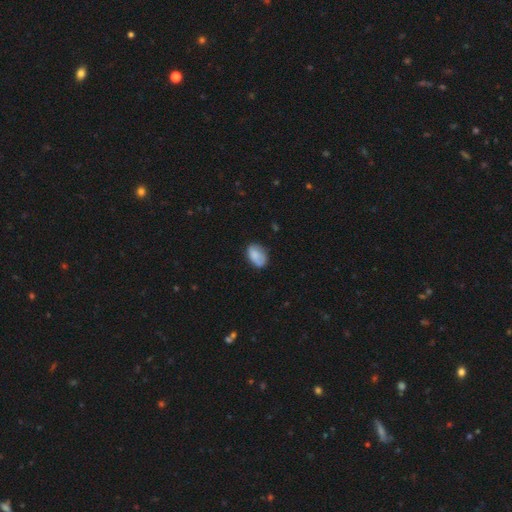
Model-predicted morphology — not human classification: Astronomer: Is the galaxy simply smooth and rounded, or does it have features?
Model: smooth — 80%.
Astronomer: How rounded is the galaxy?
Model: in between — 87%.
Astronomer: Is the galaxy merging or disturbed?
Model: none — 67%.